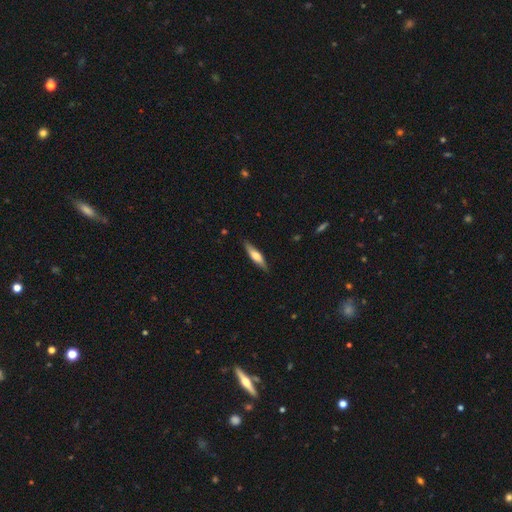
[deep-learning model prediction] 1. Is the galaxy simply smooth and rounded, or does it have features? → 47% smooth (tied), 47% featured or disk (tied), 6% star or artifact.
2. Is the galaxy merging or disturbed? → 87% none, 10% minor disturbance, 2% major disturbance, 1% merger.